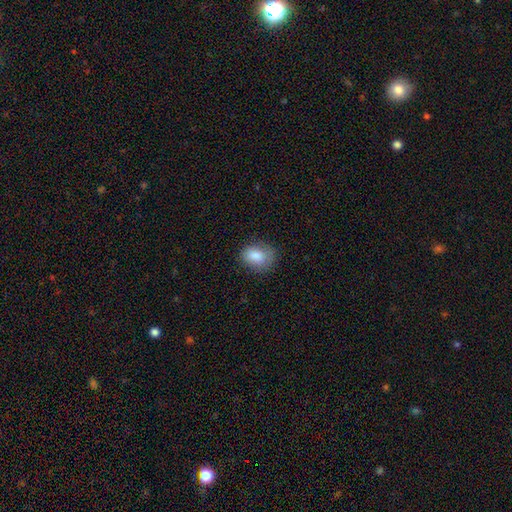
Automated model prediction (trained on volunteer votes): Morphology: type=smooth (82%); roundness=in between (57%); merging=none (71%).